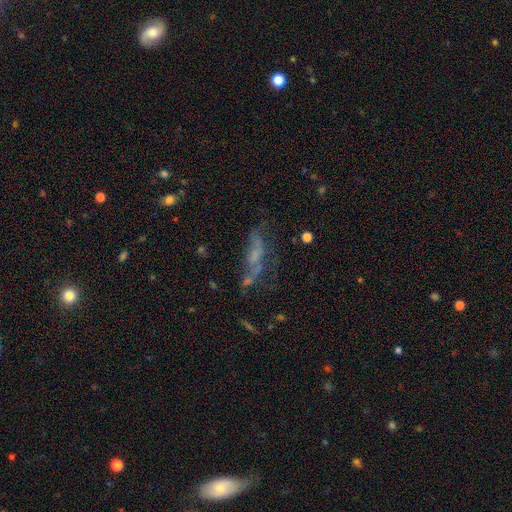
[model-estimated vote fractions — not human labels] This is marginally a featured or disk galaxy (44%). Merging: marginally none (38%).